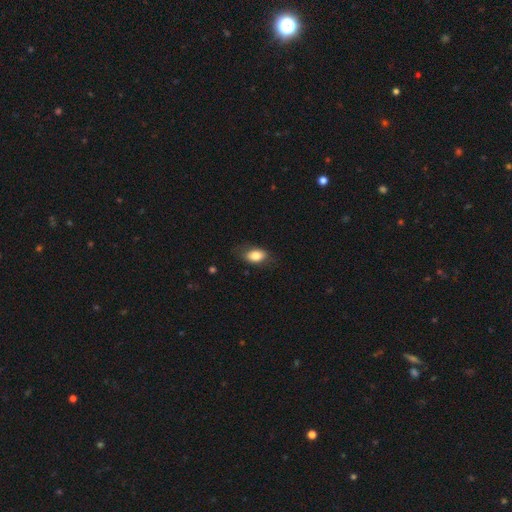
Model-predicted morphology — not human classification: This appears to be a smooth galaxy with no disk features (82%) that is in between round and cigar-shaped (88%). Merging: none (75%).